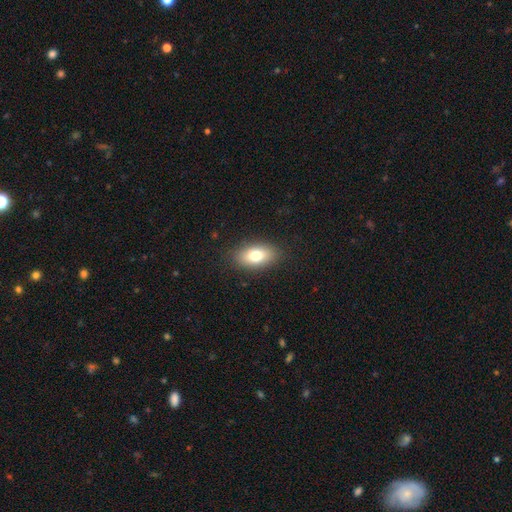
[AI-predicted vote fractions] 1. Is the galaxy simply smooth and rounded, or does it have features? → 76% smooth, 15% featured or disk, 9% star or artifact.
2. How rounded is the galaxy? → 88% in between, 8% round, 4% cigar-shaped.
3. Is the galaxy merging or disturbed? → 87% none, 9% minor disturbance, 3% major disturbance, 1% merger.